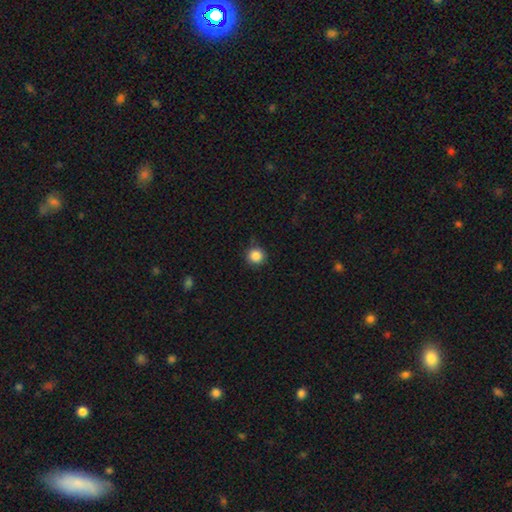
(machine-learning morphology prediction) smooth 86%, star or artifact 10%, featured or disk 4%. Down the decision tree: how rounded — round (94%); merging — none (84%).